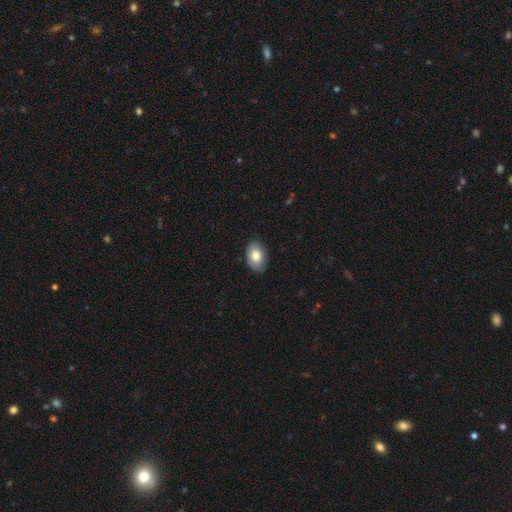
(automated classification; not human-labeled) This appears to be a smooth galaxy with no disk features (77%) that is in between round and cigar-shaped (89%). Merging: none (83%).